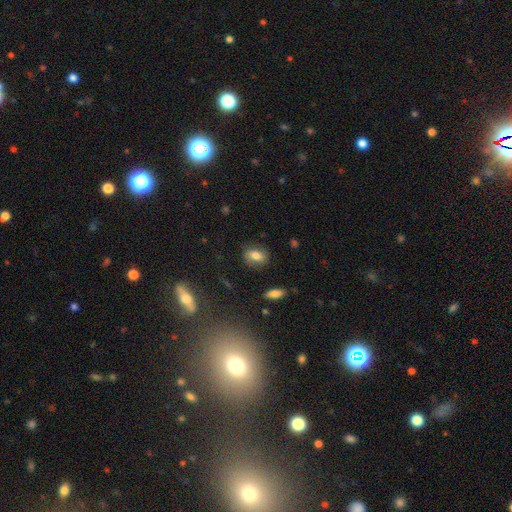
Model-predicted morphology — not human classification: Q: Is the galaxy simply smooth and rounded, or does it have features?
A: smooth — 69%.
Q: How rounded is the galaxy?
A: in between — 70%.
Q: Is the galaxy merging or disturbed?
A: none — 80%.